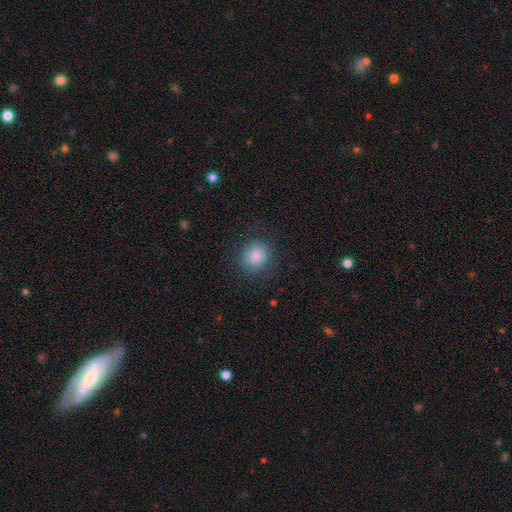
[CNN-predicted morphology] A smooth galaxy with no disk features (77%) that is round (83%). Merging: none (77%).